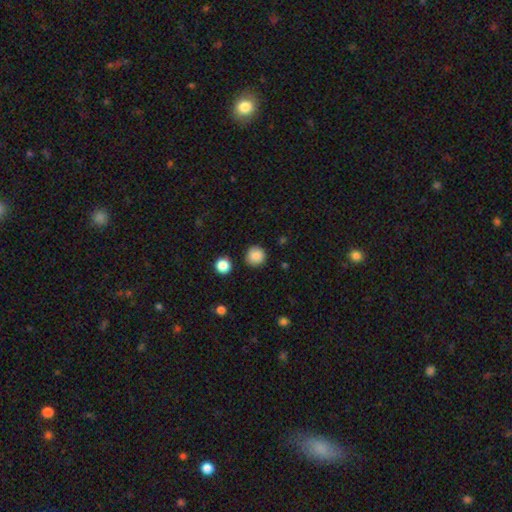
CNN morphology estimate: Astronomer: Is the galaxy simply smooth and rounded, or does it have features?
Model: smooth — 87%.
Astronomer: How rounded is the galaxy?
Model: round — 93%.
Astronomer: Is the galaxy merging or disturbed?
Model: none — 88%.